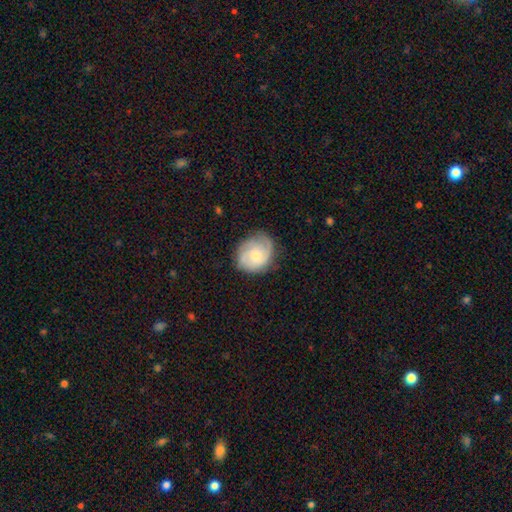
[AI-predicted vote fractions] This is possibly a featured or disk galaxy (60%). It is clearly not viewed edge-on (98%). Bar: likely no (76%). Spiral arm pattern: clearly yes (89%). Spiral arm count: marginally can't tell (30%). Spiral winding: possibly tight (55%). Central bulge: possibly moderate (47%). Merging: likely none (71%).